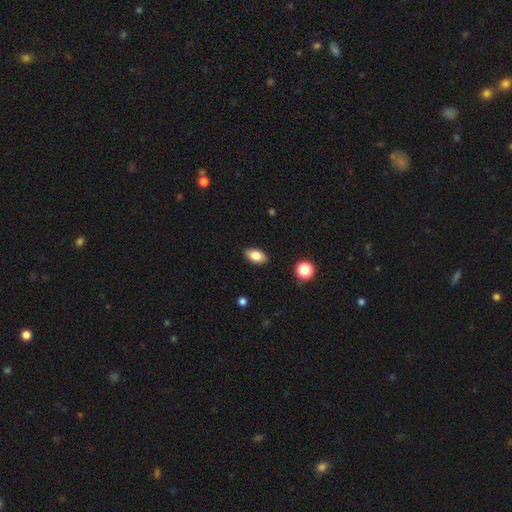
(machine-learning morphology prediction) A smooth galaxy with no disk features (83%) that is in between round and cigar-shaped (91%).

Vote fractions:
- Smooth or featured? smooth: 83% / featured or disk: 9% / star or artifact: 8%
- How rounded? in between: 91% / round: 7% / cigar-shaped: 3%
- Merging? none: 89% / minor disturbance: 8% / major disturbance: 2% / merger: 1%